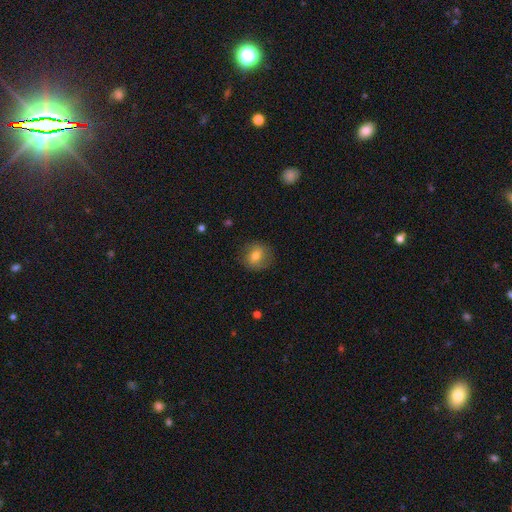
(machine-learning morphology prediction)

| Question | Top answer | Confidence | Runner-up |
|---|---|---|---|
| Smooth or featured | smooth | 66% | featured or disk (24%) |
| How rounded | round | 78% | in between (21%) |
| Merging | none | 82% | minor disturbance (13%) |